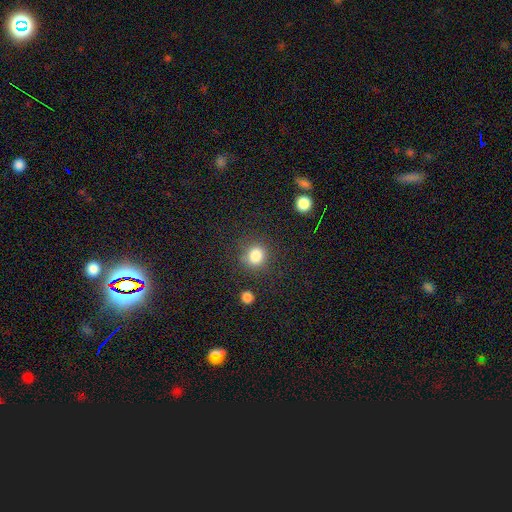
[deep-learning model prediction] This appears to be a smooth galaxy with no disk features (84%) that is round (84%). Merging: none (80%).